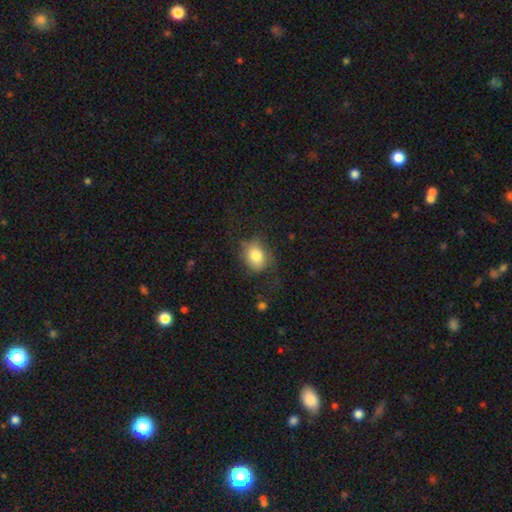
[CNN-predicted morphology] smooth 78%, featured or disk 12%, star or artifact 9%. Down the decision tree: how rounded — in between (52%); merging — none (62%).